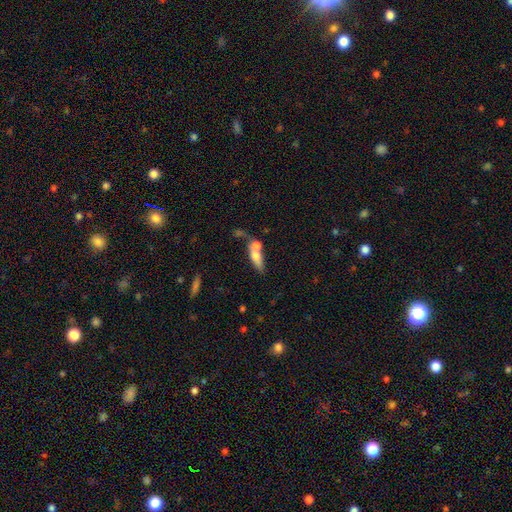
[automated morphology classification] Smooth or featured? smooth (64%)
How rounded? in between (59%)
Merging? merger (58%)